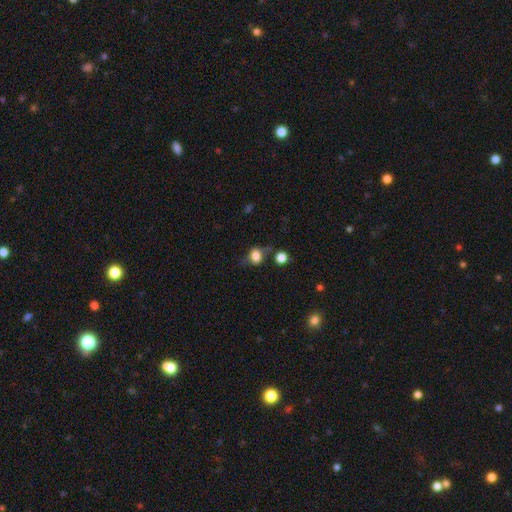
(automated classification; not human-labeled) The model was most divided on "how rounded": in between: 52%, round: 46%, cigar-shaped: 3%. More confident: smooth or featured — smooth (68%); merging — none (52%).